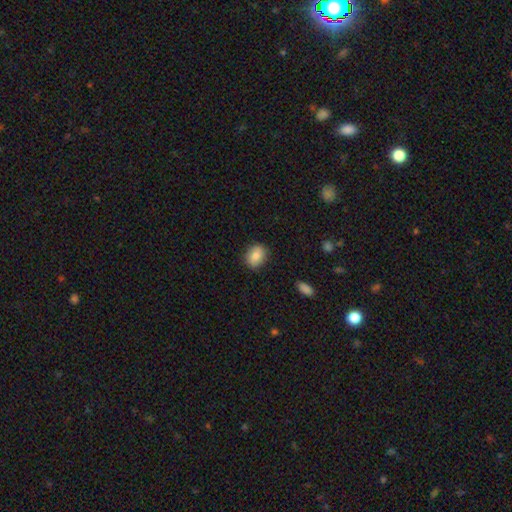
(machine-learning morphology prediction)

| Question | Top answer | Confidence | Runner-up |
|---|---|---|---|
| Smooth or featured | smooth | 84% | featured or disk (8%) |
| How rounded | in between | 58% | round (41%) |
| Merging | none | 85% | minor disturbance (11%) |